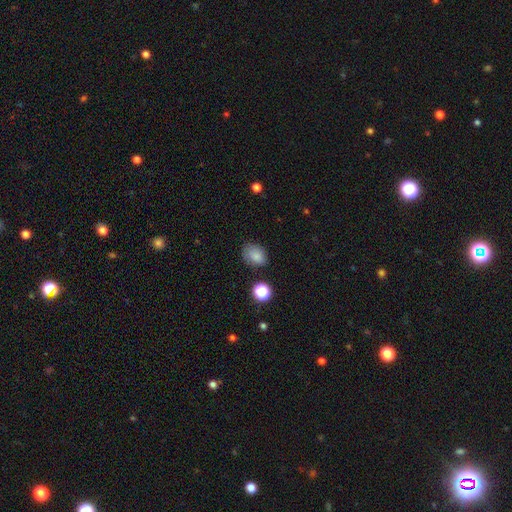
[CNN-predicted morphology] smooth_or_featured: smooth (p=0.83) [alt: star or artifact p=0.11]
how_rounded: in between (p=0.71) [alt: round p=0.28]
merging: none (p=0.75) [alt: minor disturbance p=0.18]